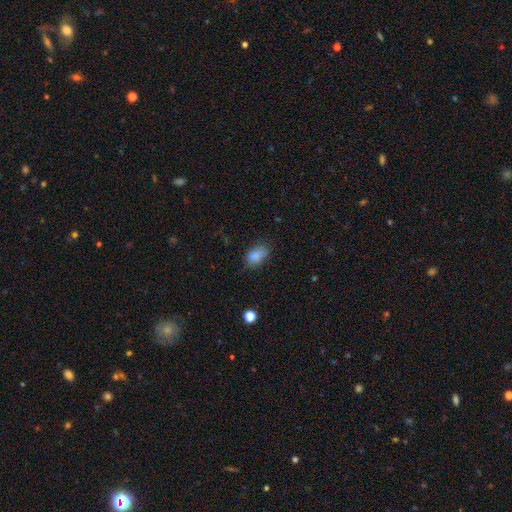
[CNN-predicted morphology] A smooth galaxy with no disk features (84%) that is in between round and cigar-shaped (88%).

Vote fractions:
- Smooth or featured? smooth: 84% / star or artifact: 10% / featured or disk: 7%
- How rounded? in between: 88% / round: 9% / cigar-shaped: 2%
- Merging? none: 70% / minor disturbance: 22% / major disturbance: 6% / merger: 2%